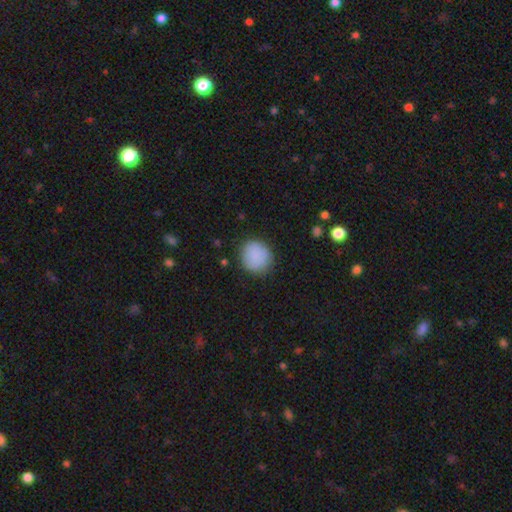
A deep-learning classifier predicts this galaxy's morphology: The model was most divided on "merging": none: 83%, minor disturbance: 12%, major disturbance: 4%, merger: 1%. More confident: smooth or featured — smooth (87%); how rounded — round (86%).